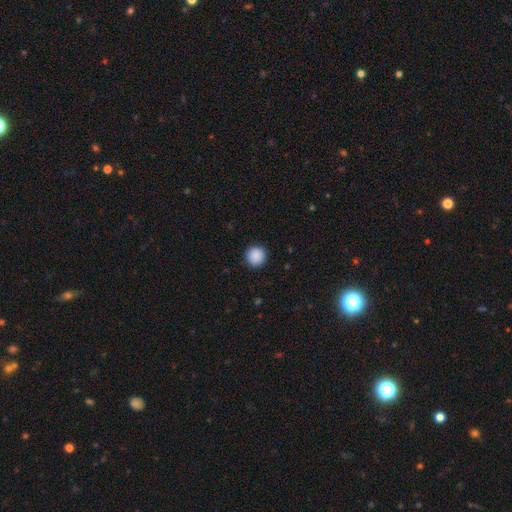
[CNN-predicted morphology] smooth-or-featured: smooth: 89% | star or artifact: 8% | featured or disk: 3%
  how-rounded: round: 96% | in between: 3% | cigar-shaped: 1%
  merging: none: 92% | minor disturbance: 5% | major disturbance: 2% | merger: 1%